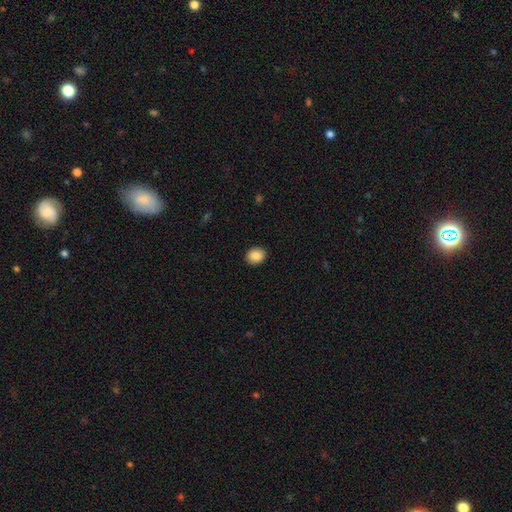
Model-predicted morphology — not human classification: Smooth or featured: smooth — 88% (star or artifact — 8%)
How rounded: round — 55% (in between — 44%)
Merging: none — 91% (minor disturbance — 6%)